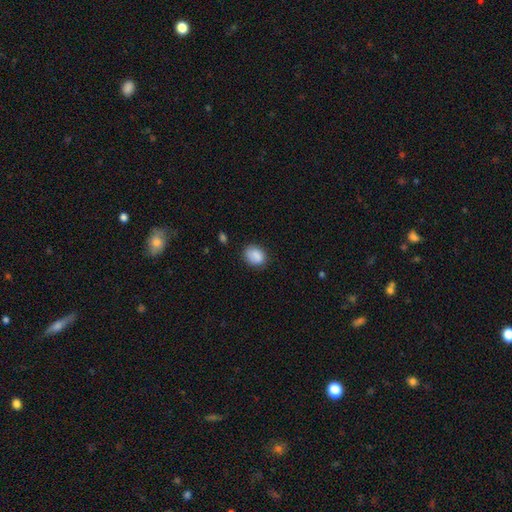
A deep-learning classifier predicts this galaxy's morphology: Smooth or featured? smooth (87%)
How rounded? in between (54%)
Merging? none (76%)